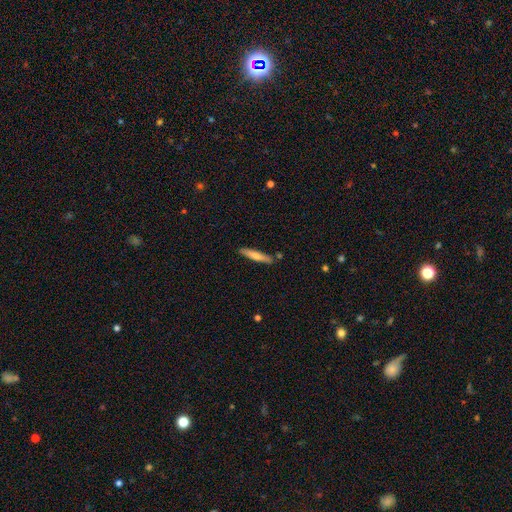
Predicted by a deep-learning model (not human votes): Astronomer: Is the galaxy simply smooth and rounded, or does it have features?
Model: smooth — 66%.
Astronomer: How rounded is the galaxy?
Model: cigar-shaped — 91%.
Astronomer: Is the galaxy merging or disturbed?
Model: none — 84%.